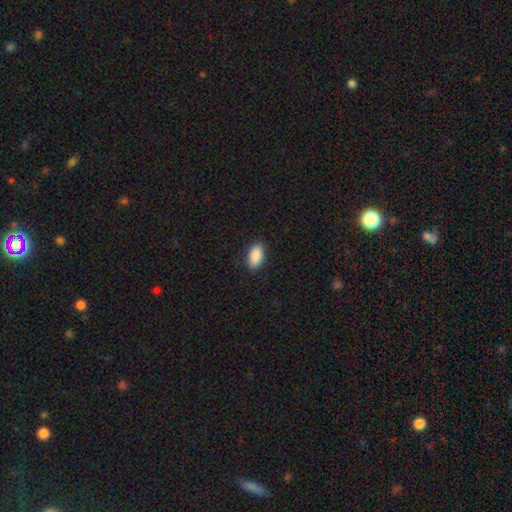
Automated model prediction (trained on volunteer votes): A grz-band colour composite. It shows a smooth galaxy with no disk features (90%) that is in between round and cigar-shaped (93%). Merging: none (89%).